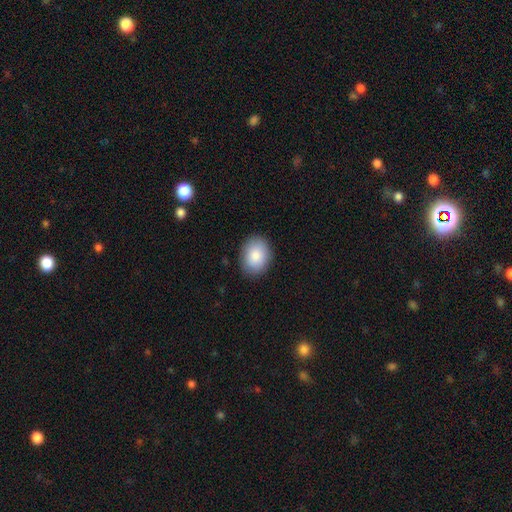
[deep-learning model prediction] A smooth galaxy with no disk features (86%) that is in between round and cigar-shaped (61%). Merging: none (87%).